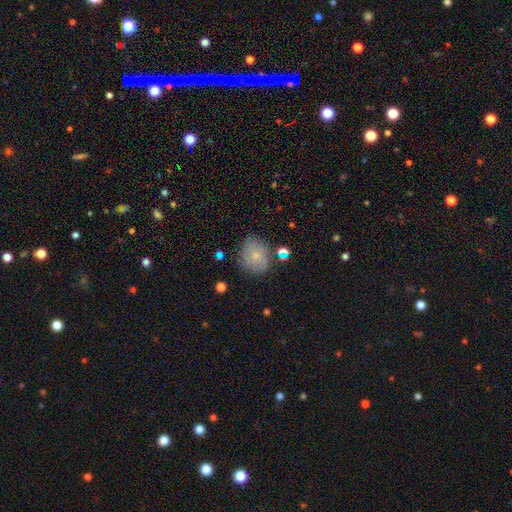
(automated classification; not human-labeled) smooth_or_featured: smooth (p=0.70) [alt: featured or disk p=0.21]
how_rounded: round (p=0.67) [alt: in between p=0.32]
merging: none (p=0.70) [alt: minor disturbance p=0.20]